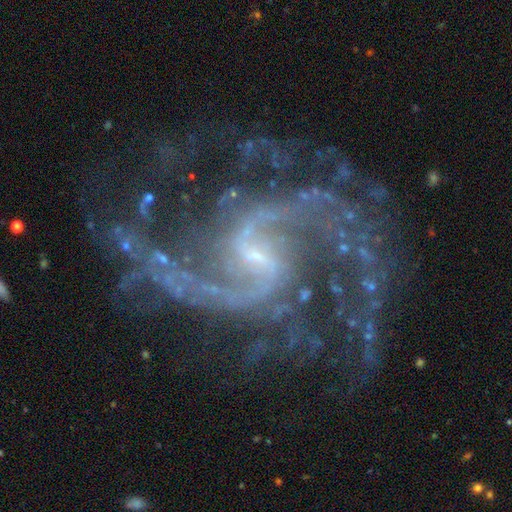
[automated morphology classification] Overall: featured or disk (91%). Edge-on disk: no (98%). Bar: weak (53%; strong 29%). Spiral arms: yes (98%). Spiral arm count: 2 (78%). Spiral winding: loose (50%; medium 39%). Bulge size: small (73%). Merging: none (57%; major disturbance 20%).